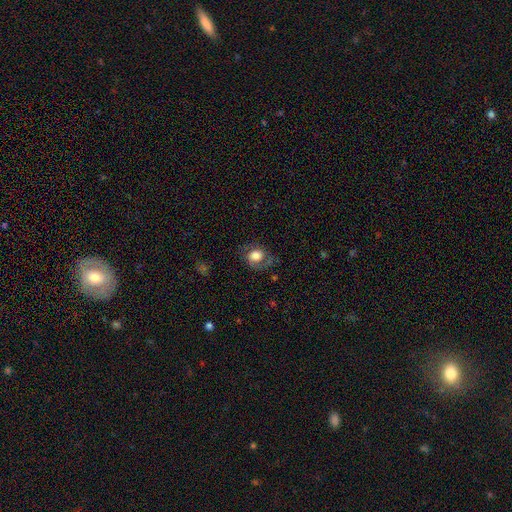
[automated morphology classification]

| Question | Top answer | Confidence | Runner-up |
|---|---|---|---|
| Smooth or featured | smooth | 62% | featured or disk (29%) |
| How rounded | in between | 51% | round (48%) |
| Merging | none | 59% | minor disturbance (22%) |